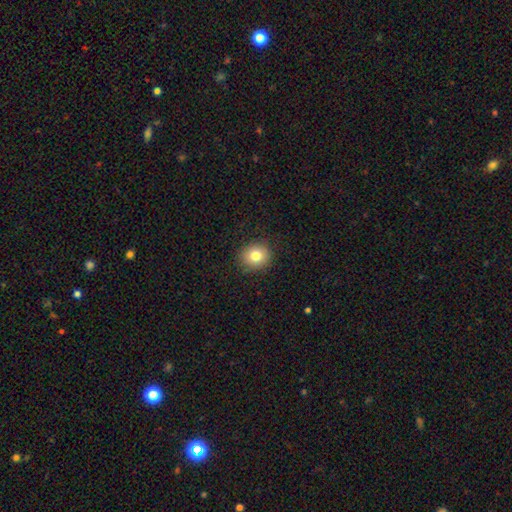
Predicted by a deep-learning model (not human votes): This appears to be a smooth galaxy with no disk features (80%) that is round (80%). Merging: none (88%).